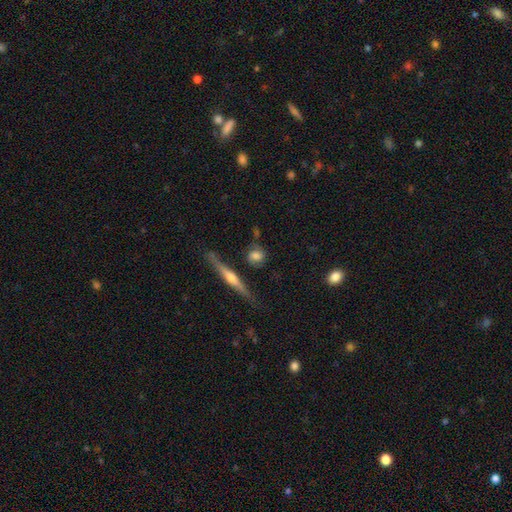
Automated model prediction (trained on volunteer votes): A smooth galaxy with no disk features (56%) that is round (66%). Merging: none (67%).